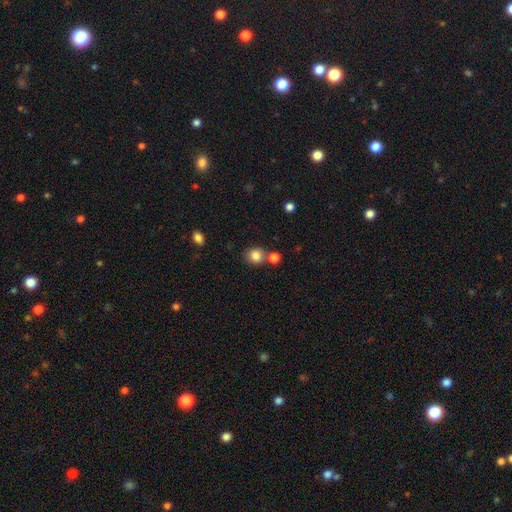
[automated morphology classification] Smooth or featured? Predicted: smooth (p=0.84). How rounded? Predicted: round (p=0.79). Merging? Predicted: none (p=0.64).